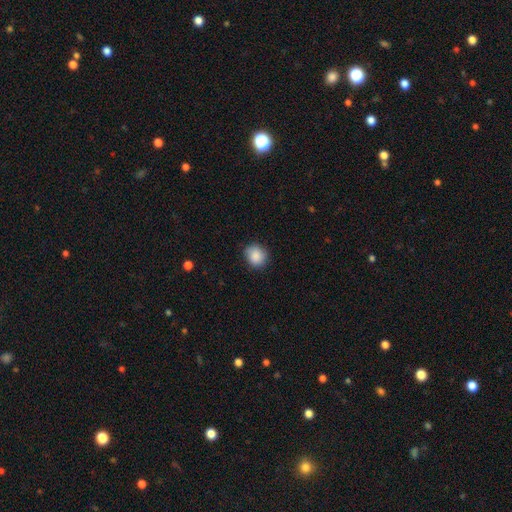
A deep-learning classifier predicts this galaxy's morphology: Smooth or featured? smooth (88%)
How rounded? round (79%)
Merging? none (83%)